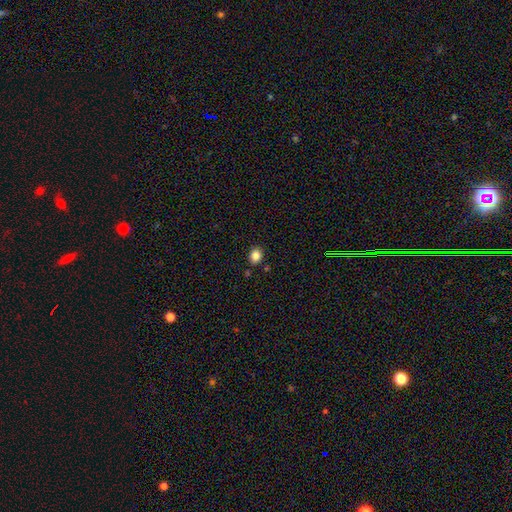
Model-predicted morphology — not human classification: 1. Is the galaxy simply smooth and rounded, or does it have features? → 85% smooth, 11% star or artifact, 5% featured or disk.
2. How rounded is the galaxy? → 52% round, 47% in between, 1% cigar-shaped.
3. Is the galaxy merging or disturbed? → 86% none, 9% minor disturbance, 3% merger, 2% major disturbance.